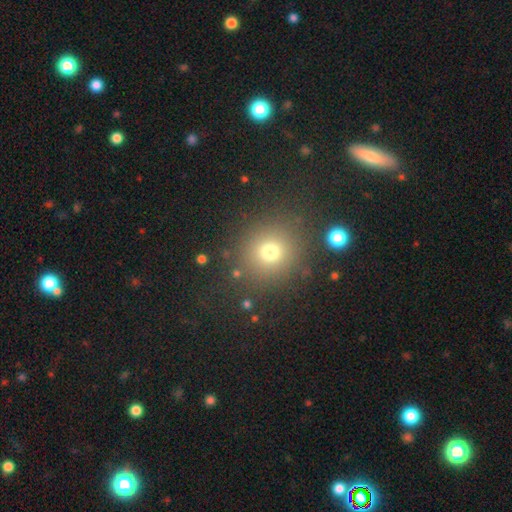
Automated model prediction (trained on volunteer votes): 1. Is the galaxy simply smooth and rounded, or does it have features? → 59% smooth, 33% star or artifact, 9% featured or disk.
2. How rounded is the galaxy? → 89% round, 10% in between, 2% cigar-shaped.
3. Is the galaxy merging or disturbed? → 87% none, 7% minor disturbance, 3% merger, 3% major disturbance.